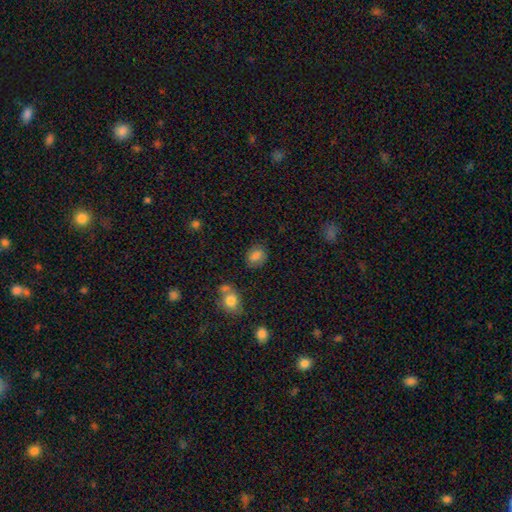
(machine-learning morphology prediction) A smooth galaxy with no disk features (82%) that is in between round and cigar-shaped (52%).

Vote fractions:
- Smooth or featured? smooth: 82% / star or artifact: 9% / featured or disk: 9%
- How rounded? in between: 52% / round: 47% / cigar-shaped: 1%
- Merging? none: 82% / minor disturbance: 12% / major disturbance: 3% / merger: 3%